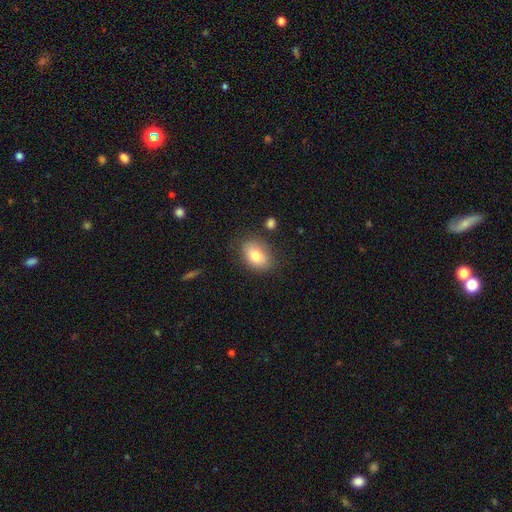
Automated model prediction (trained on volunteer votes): Morphology: type=smooth (80%); roundness=in between (81%); merging=none (78%).